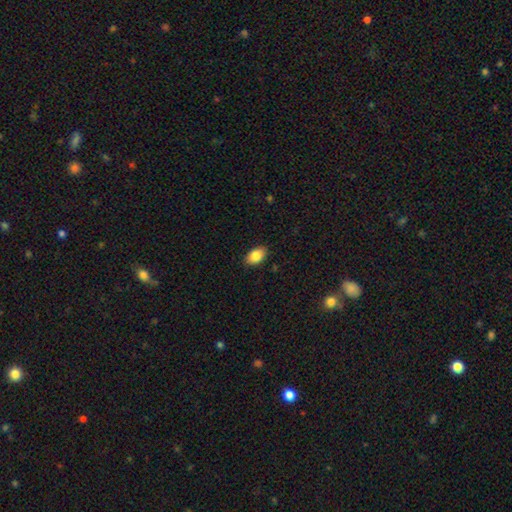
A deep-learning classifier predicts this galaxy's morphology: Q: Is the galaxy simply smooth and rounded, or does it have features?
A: smooth — 86%.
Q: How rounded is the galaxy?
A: in between — 89%.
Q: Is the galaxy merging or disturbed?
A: none — 87%.